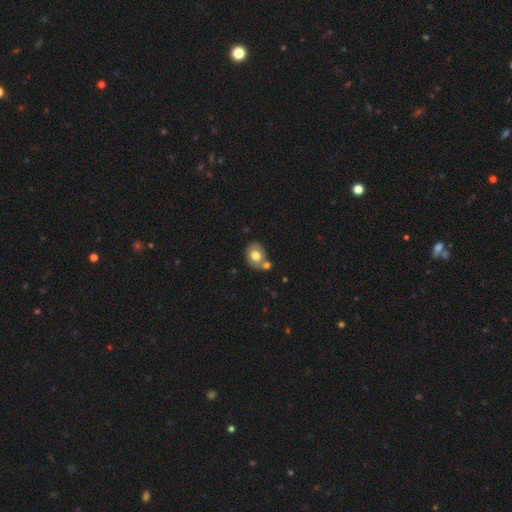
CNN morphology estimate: type=smooth (73%); roundness=in between (53%); merging=none (49%).